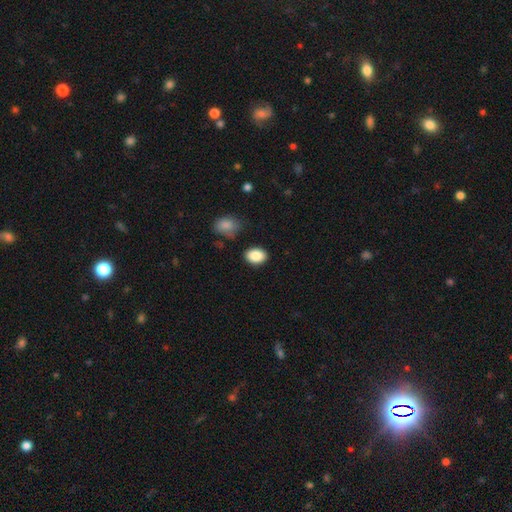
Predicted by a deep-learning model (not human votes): smooth 88%, star or artifact 8%, featured or disk 4%. Down the decision tree: how rounded — in between (77%); merging — none (84%).